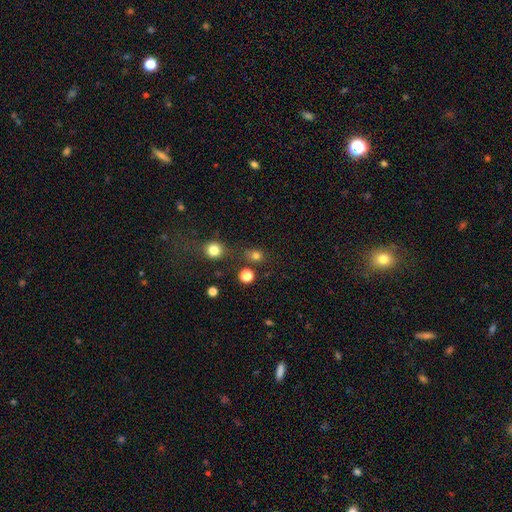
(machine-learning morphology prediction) smooth-or-featured: smooth: 76% | star or artifact: 18% | featured or disk: 6%
  how-rounded: round: 77% | in between: 22% | cigar-shaped: 1%
  merging: none: 71% | minor disturbance: 13% | merger: 11% | major disturbance: 6%